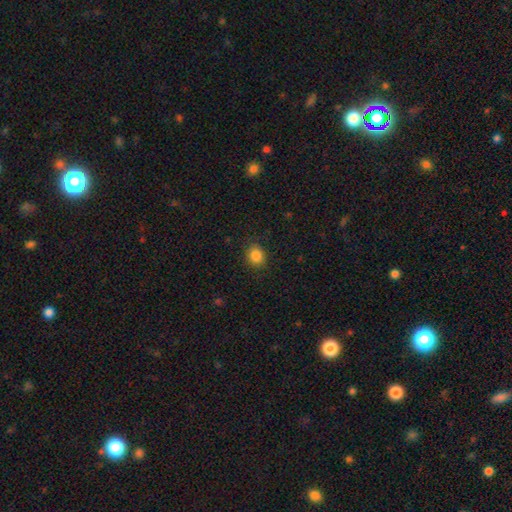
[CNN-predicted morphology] Smooth or featured: smooth — 86% (star or artifact — 10%)
How rounded: round — 61% (in between — 38%)
Merging: none — 87% (minor disturbance — 9%)